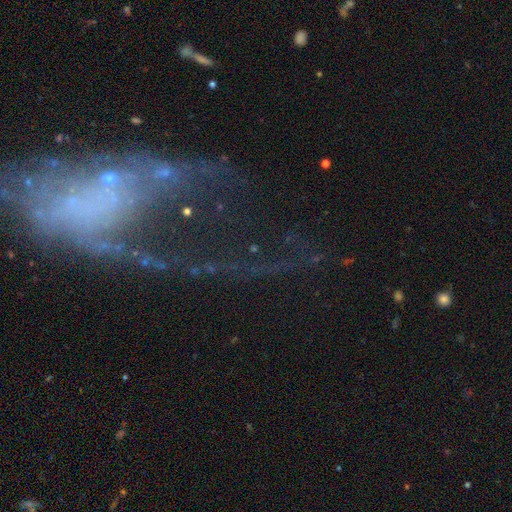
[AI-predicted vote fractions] smooth_or_featured: featured or disk (p=0.63) [alt: star or artifact p=0.20]
disk_edge_on: no (p=0.91) [alt: yes p=0.09]
bar: no (p=0.78) [alt: weak p=0.14]
has_spiral_arms: no (p=0.52) [alt: yes p=0.48]
bulge_size: none (p=0.58) [alt: small p=0.25]
merging: major disturbance (p=0.46) [alt: none p=0.31]